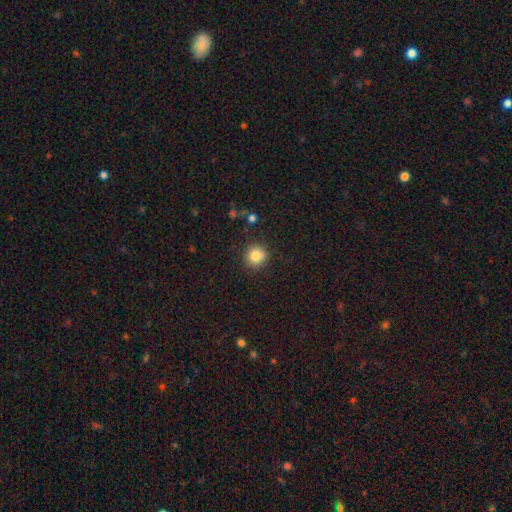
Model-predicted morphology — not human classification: Smooth or featured? smooth (83%)
How rounded? round (92%)
Merging? none (89%)